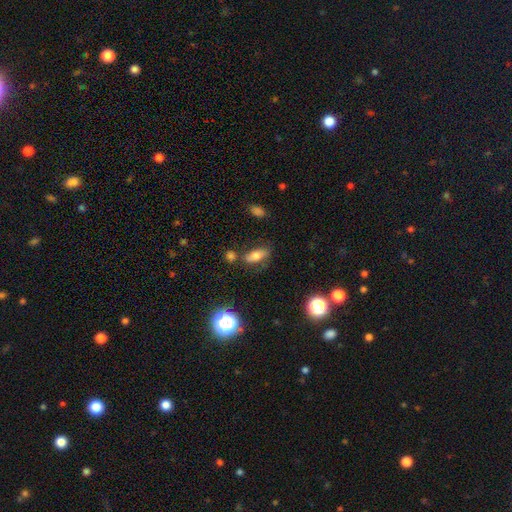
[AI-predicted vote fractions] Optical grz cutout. It shows a smooth galaxy with no disk features (66%) that is in between round and cigar-shaped (77%). Merging: none (63%).